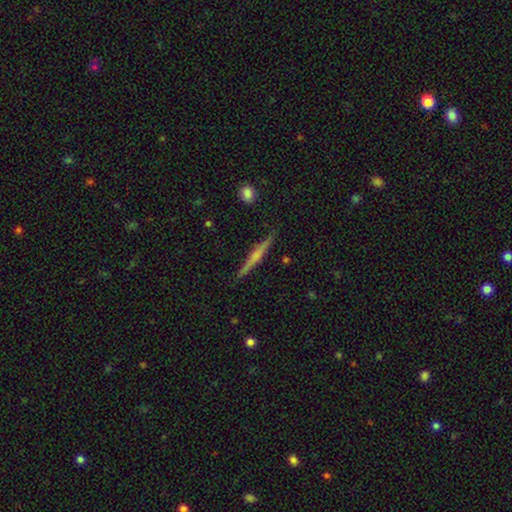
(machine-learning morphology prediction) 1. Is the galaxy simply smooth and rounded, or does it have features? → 62% featured or disk, 31% smooth, 7% star or artifact.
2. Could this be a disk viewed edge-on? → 98% yes, 2% no.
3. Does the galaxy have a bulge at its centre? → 57% rounded, 30% none, 13% boxy.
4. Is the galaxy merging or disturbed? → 89% none, 8% minor disturbance, 2% major disturbance, 1% merger.